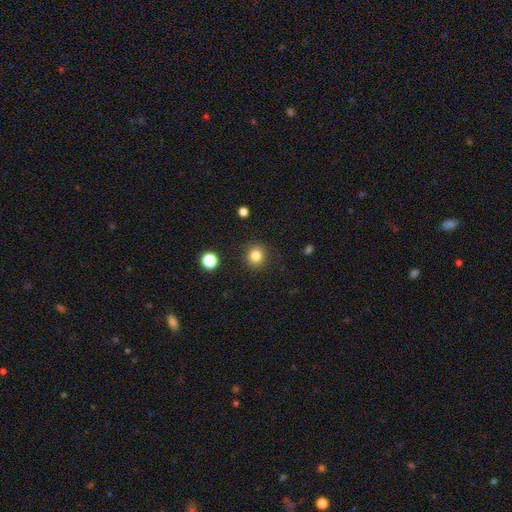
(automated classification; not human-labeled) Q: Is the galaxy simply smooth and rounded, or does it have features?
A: smooth — 82%.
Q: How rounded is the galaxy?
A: round — 92%.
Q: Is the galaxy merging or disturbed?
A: none — 89%.